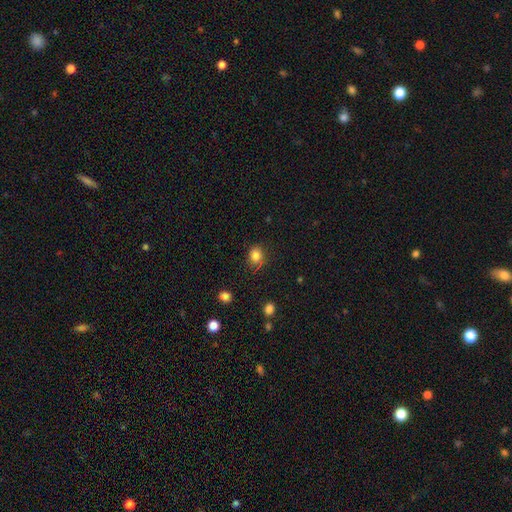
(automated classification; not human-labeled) This appears to be a smooth galaxy with no disk features (83%) that is round (61%). Merging: none (79%).